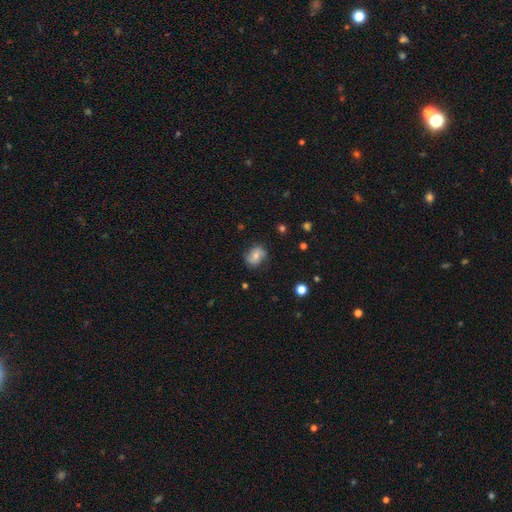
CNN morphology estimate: smooth-or-featured: smooth: 51% | featured or disk: 39% | star or artifact: 10%
  how-rounded: in between: 53% | round: 46% | cigar-shaped: 1%
  merging: none: 73% | minor disturbance: 20% | major disturbance: 6% | merger: 1%